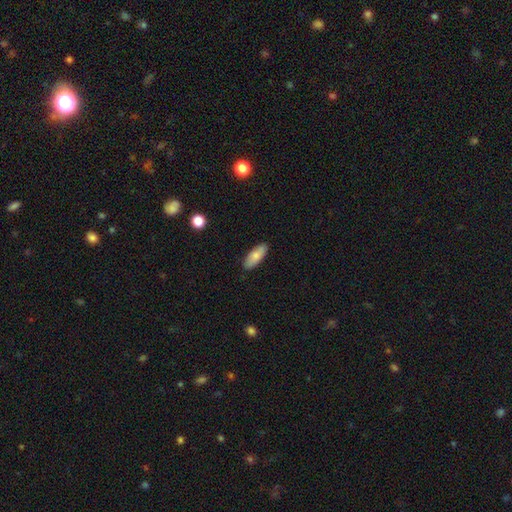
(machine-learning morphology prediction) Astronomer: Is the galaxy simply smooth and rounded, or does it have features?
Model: smooth — 81%.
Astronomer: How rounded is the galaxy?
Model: in between — 75%.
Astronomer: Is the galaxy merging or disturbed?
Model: none — 88%.